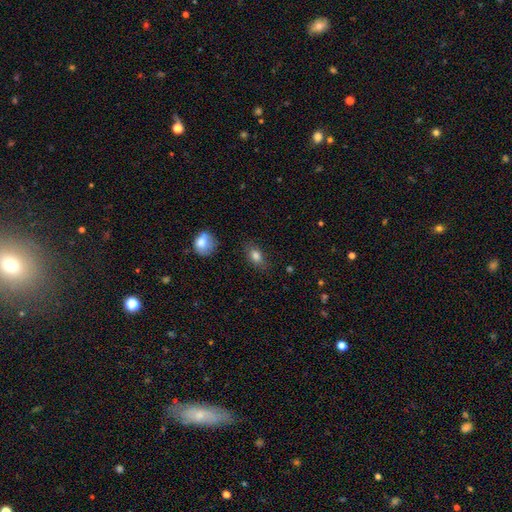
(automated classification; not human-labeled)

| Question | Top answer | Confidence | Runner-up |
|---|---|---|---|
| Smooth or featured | smooth | 83% | star or artifact (9%) |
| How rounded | in between | 79% | round (18%) |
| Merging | none | 75% | minor disturbance (19%) |